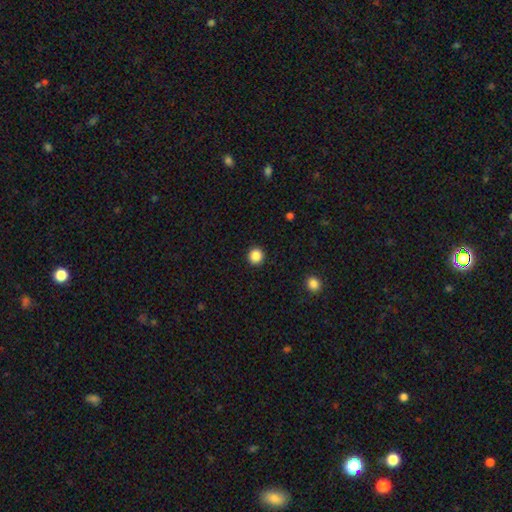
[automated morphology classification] smooth-or-featured: smooth: 87% | star or artifact: 10% | featured or disk: 3%
  how-rounded: round: 92% | in between: 7% | cigar-shaped: 1%
  merging: none: 93% | minor disturbance: 4% | major disturbance: 2% | merger: 1%